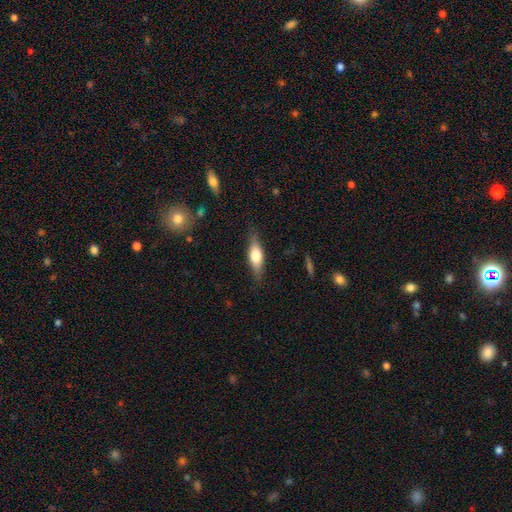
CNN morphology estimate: This appears to be a smooth galaxy with no disk features (58%) that is in between round and cigar-shaped (56%). Merging: none (82%).